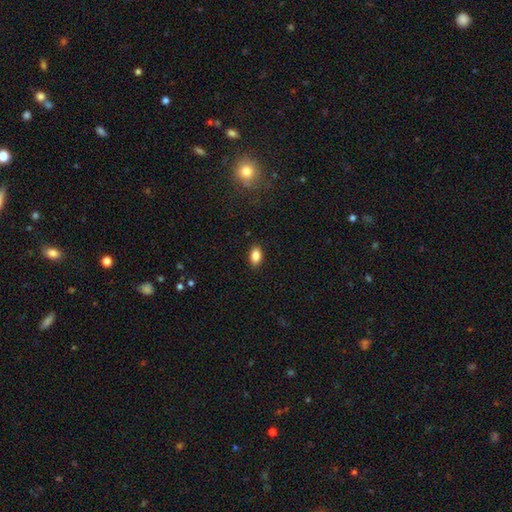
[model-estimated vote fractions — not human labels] Smooth or featured? smooth (85%)
How rounded? in between (89%)
Merging? none (89%)